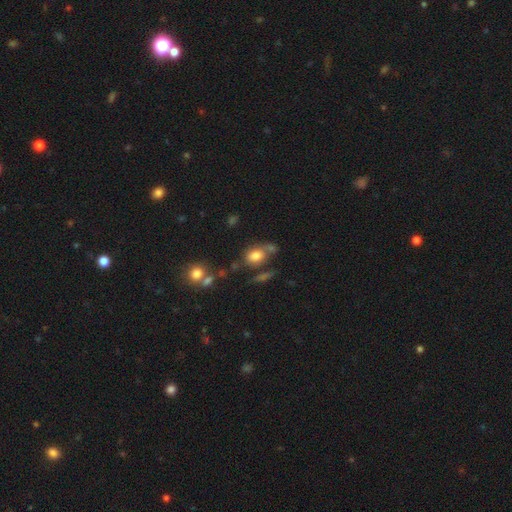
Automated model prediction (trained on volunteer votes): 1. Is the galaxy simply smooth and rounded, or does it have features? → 78% smooth, 11% featured or disk, 10% star or artifact.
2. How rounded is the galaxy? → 67% in between, 31% round, 2% cigar-shaped.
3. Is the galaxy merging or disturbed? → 52% none, 19% merger, 18% minor disturbance, 10% major disturbance.